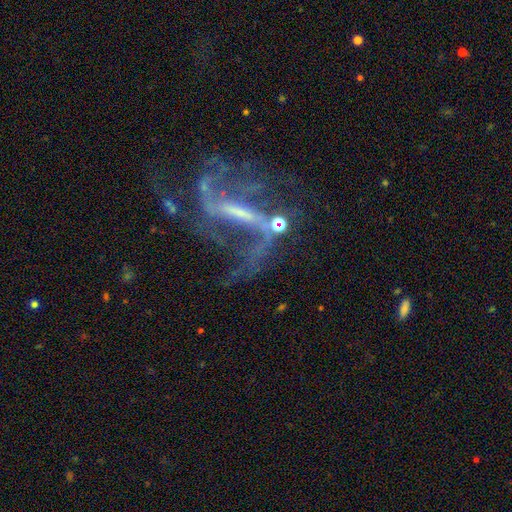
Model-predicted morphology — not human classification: A featured or disk galaxy (83%) with a strong bar (64%), 2 (65%) loose (61%) spiral arms (89%) and a small central bulge (45%). Merging: none (44%).